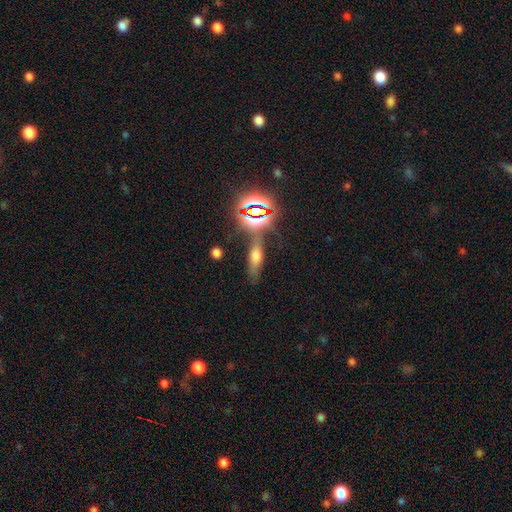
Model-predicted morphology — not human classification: Smooth or featured? Predicted: smooth (p=0.47). Merging? Predicted: none (p=0.67).